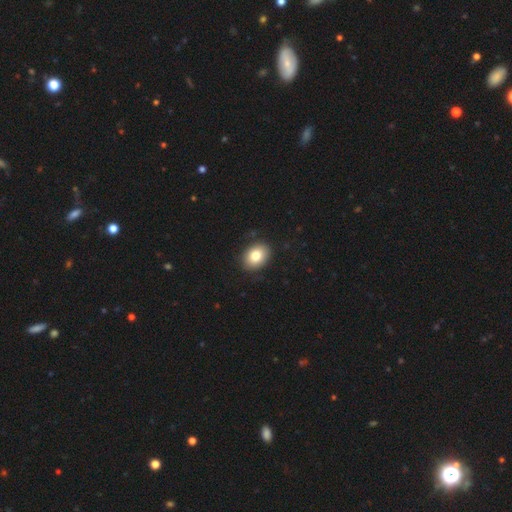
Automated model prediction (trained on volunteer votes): Overall: smooth (82%). How rounded: in between (70%). Merging: none (88%).